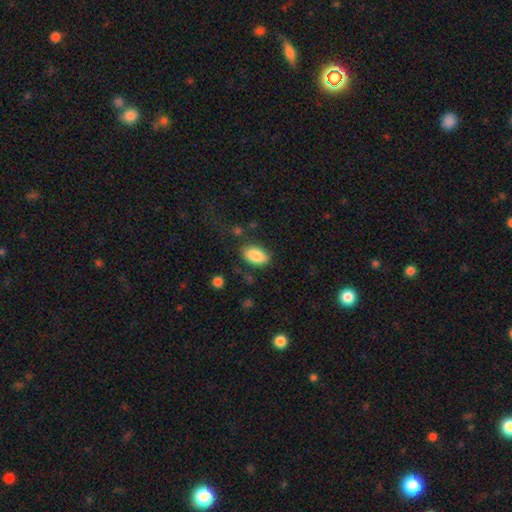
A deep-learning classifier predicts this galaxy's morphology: Smooth or featured? smooth (86%)
How rounded? in between (92%)
Merging? none (78%)